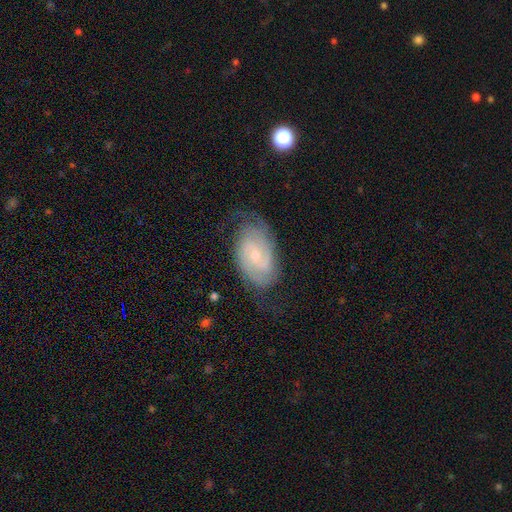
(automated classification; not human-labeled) Smooth or featured? Predicted: featured or disk (p=0.80). Edge-on disk? Predicted: no (p=0.96). Bar? Predicted: no (p=0.56). Spiral arms? Predicted: yes (p=0.94). Spiral winding? Predicted: tight (p=0.57). Spiral arm count? Predicted: 2 (p=0.56). Bulge size? Predicted: small (p=0.67). Merging? Predicted: none (p=0.68).